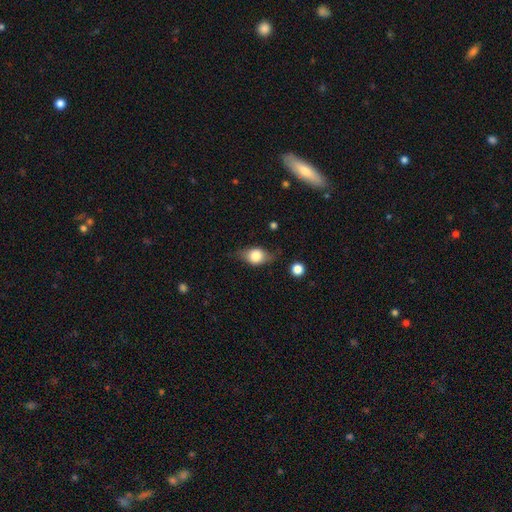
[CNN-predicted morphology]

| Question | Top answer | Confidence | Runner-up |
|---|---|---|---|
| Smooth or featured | smooth | 66% | featured or disk (26%) |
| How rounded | in between | 65% | round (30%) |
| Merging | none | 63% | minor disturbance (26%) |